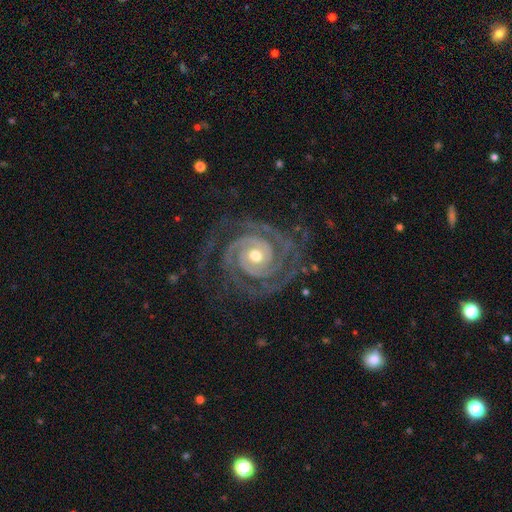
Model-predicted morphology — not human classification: Smooth or featured? featured or disk (93%)
Edge-on disk? no (98%)
Bar? no (68%)
Spiral arms? yes (99%)
Spiral winding? tight (79%)
Spiral arm count? 2 (51%)
Bulge size? moderate (62%)
Merging? none (76%)